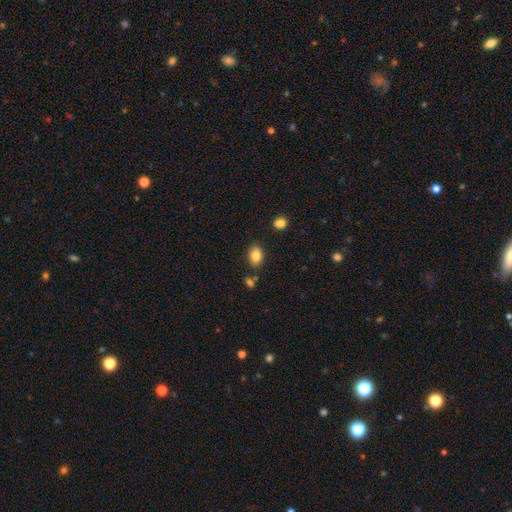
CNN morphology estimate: A smooth galaxy with no disk features (84%) that is in between round and cigar-shaped (83%). Merging: none (79%).